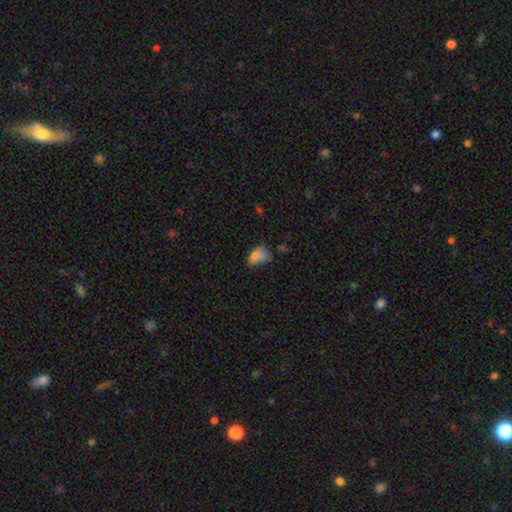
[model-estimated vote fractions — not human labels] Smooth or featured?
  - smooth: 75% *
  - featured or disk: 13%
  - star or artifact: 12%
How rounded?
  - in between: 86% *
  - round: 12%
  - cigar-shaped: 2%
Merging?
  - minor disturbance: 34% *
  - none: 30%
  - major disturbance: 26%
  - merger: 10%